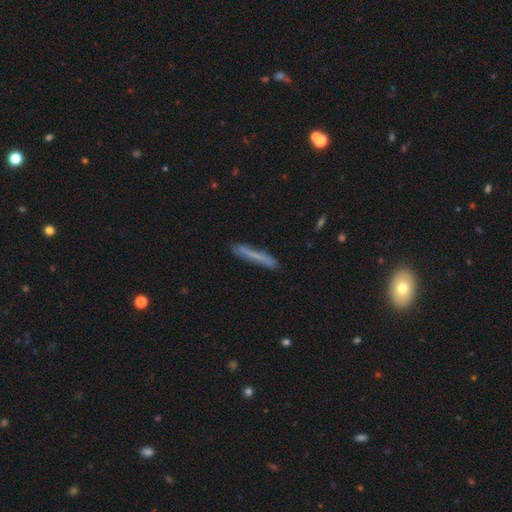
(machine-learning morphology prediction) This is likely a smooth galaxy (61%). How rounded: clearly cigar-shaped (95%). Merging: likely none (80%).